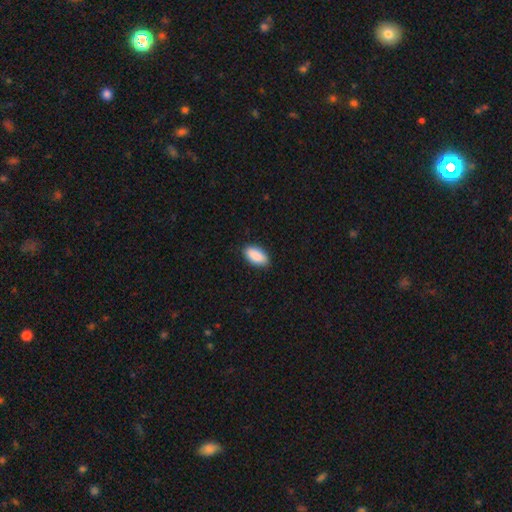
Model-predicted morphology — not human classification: Smooth or featured? Predicted: smooth (p=0.90). How rounded? Predicted: in between (p=0.93). Merging? Predicted: none (p=0.87).